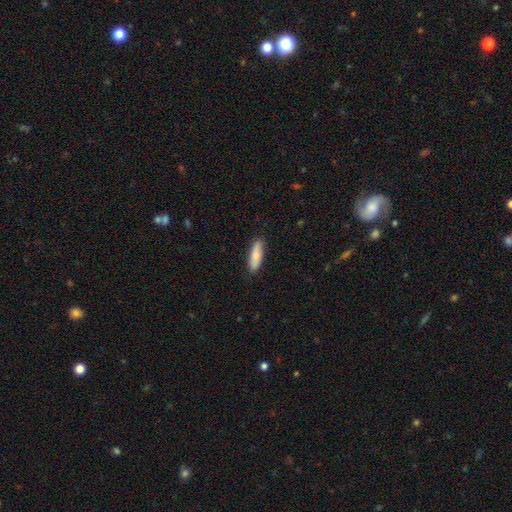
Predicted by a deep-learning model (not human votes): A smooth galaxy with no disk features (76%) that is cigar-shaped (57%).

Vote fractions:
- Smooth or featured? smooth: 76% / featured or disk: 18% / star or artifact: 5%
- How rounded? cigar-shaped: 57% / in between: 41% / round: 2%
- Merging? none: 88% / minor disturbance: 10% / major disturbance: 2% / merger: 1%